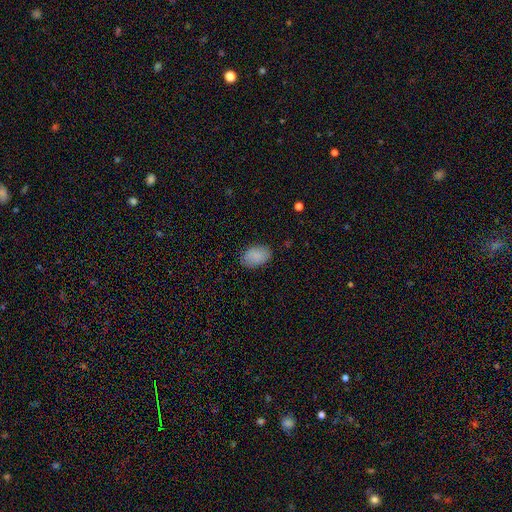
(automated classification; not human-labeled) smooth-or-featured: smooth: 87% | star or artifact: 7% | featured or disk: 6%
  how-rounded: in between: 89% | round: 10% | cigar-shaped: 1%
  merging: none: 85% | minor disturbance: 11% | major disturbance: 3% | merger: 1%